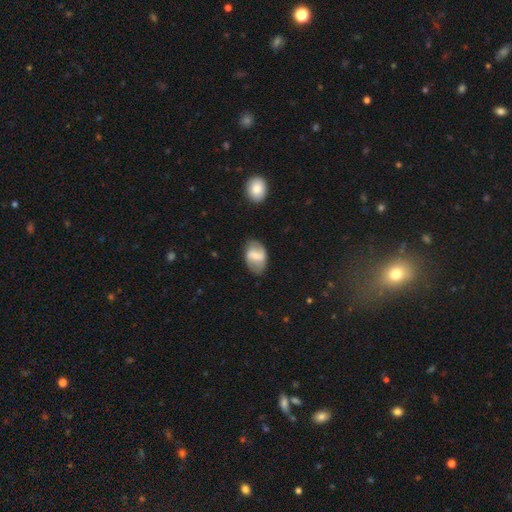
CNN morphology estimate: A featured or disk galaxy (58%) with a weak bar (45%), spiral arms (75%) and a small central bulge (50%).

Vote fractions:
- Smooth or featured? featured or disk: 58% / smooth: 35% / star or artifact: 7%
- Edge-on disk? no: 96% / yes: 4%
- Bar? weak: 45% / strong: 41% / no: 14%
- Spiral arms? yes: 75% / no: 25%
- Bulge size? small: 50% / moderate: 38% / none: 8% / large: 3% / dominant: 1%
- Merging? none: 77% / minor disturbance: 16% / major disturbance: 4% / merger: 2%